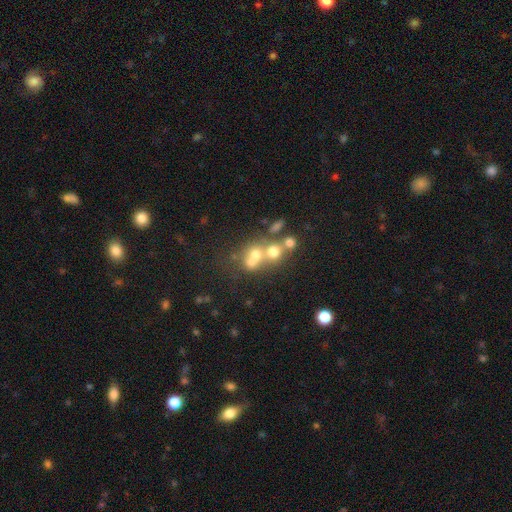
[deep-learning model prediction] Smooth or featured? smooth (50%)
Merging? merger (57%)